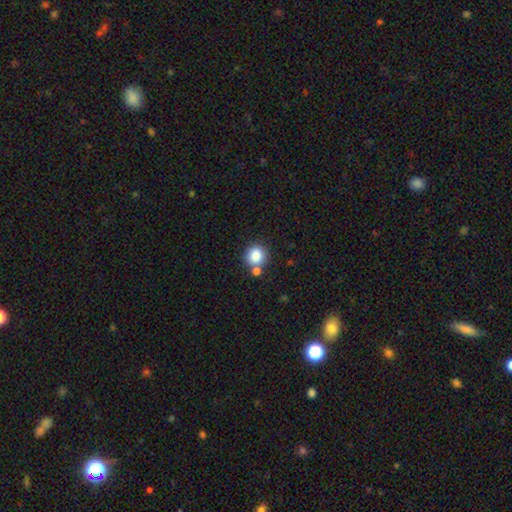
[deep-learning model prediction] Q: Smooth or featured?
A: smooth (84%); runner-up: star or artifact (10%)
Q: How rounded?
A: round (87%); runner-up: in between (12%)
Q: Merging?
A: none (68%); runner-up: merger (19%)